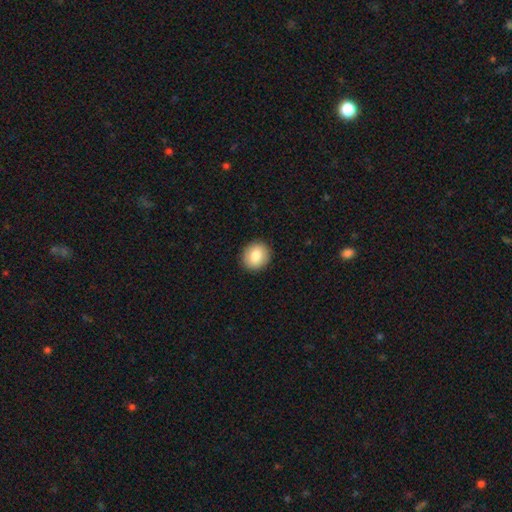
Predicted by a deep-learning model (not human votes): This appears to be a smooth galaxy with no disk features (83%) that is round (81%). Merging: none (92%).